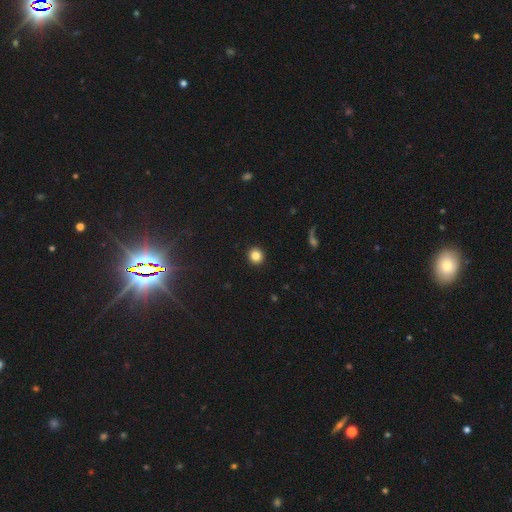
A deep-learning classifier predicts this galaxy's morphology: smooth 85%, star or artifact 10%, featured or disk 4%. Down the decision tree: how rounded — round (93%); merging — none (93%).